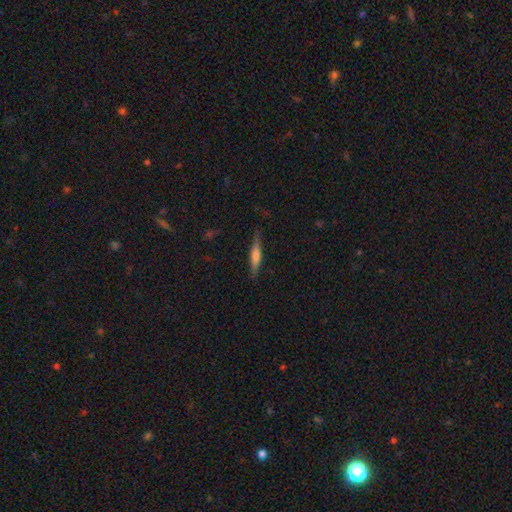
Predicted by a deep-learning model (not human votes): Smooth or featured? Predicted: smooth (p=0.49). Merging? Predicted: none (p=0.83).